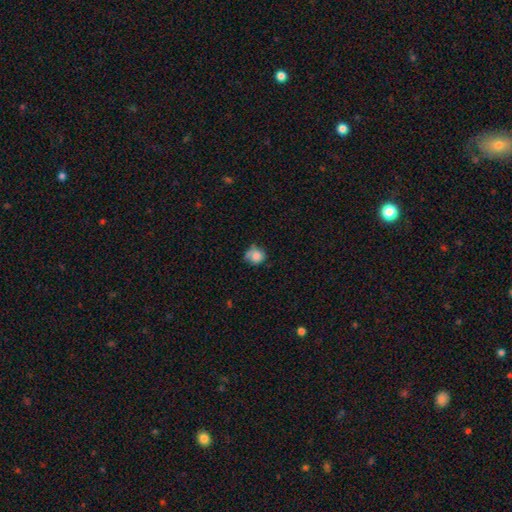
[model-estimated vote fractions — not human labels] This is likely a smooth galaxy (75%). How rounded: likely round (77%). Merging: possibly none (49%).